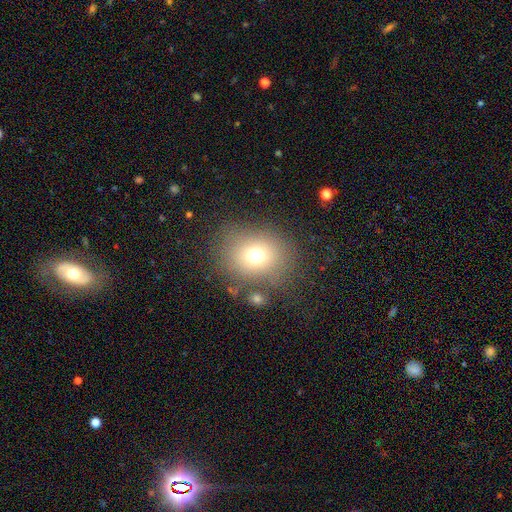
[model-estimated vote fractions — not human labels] A smooth galaxy with no disk features (71%) that is round (63%).

Vote fractions:
- Smooth or featured? smooth: 71% / star or artifact: 16% / featured or disk: 13%
- How rounded? round: 63% / in between: 36% / cigar-shaped: 1%
- Merging? none: 76% / minor disturbance: 12% / major disturbance: 7% / merger: 5%